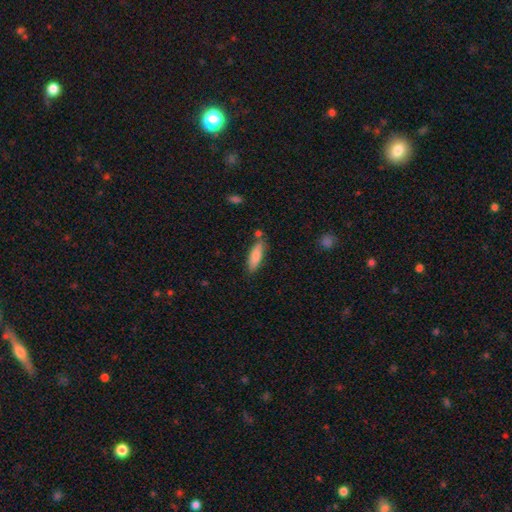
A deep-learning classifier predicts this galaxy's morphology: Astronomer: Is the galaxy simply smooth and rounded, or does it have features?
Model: smooth — 83%.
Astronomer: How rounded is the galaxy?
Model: cigar-shaped — 52% (runner-up: in between, 47%).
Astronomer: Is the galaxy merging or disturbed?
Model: none — 73%.